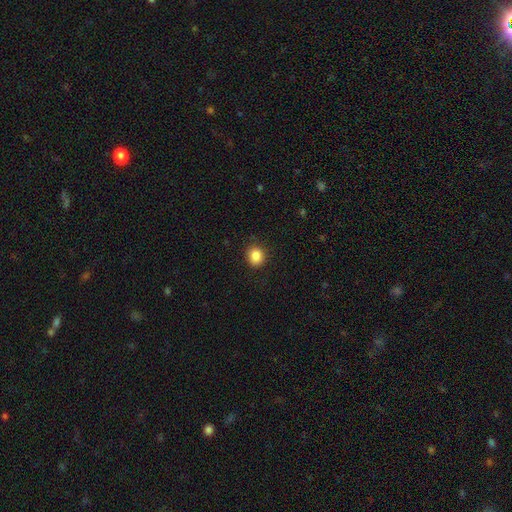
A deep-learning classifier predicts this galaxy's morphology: A smooth galaxy with no disk features (86%) that is round (80%). Merging: none (88%).